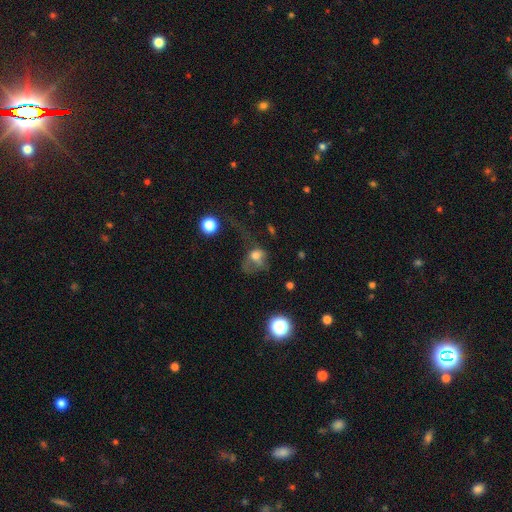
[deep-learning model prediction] Smooth or featured: smooth — 57% (featured or disk — 28%)
How rounded: in between — 51% (round — 47%)
Merging: major disturbance — 61% (none — 19%)